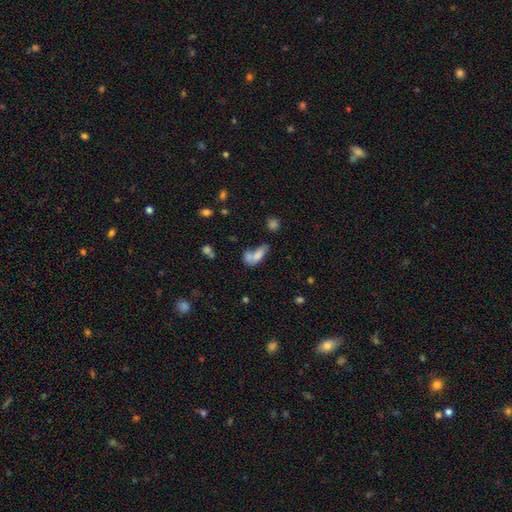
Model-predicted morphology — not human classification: Smooth or featured? smooth (71%)
How rounded? in between (71%)
Merging? merger (50%)